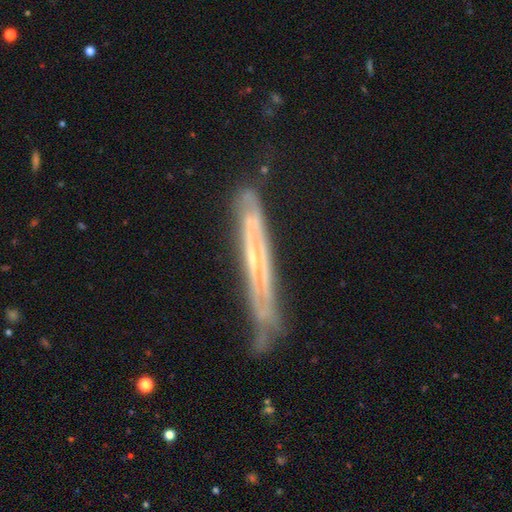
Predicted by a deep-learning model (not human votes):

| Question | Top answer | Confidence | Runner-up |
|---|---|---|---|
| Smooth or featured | featured or disk | 76% | smooth (17%) |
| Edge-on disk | yes | 64% | no (36%) |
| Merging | none | 62% | minor disturbance (26%) |